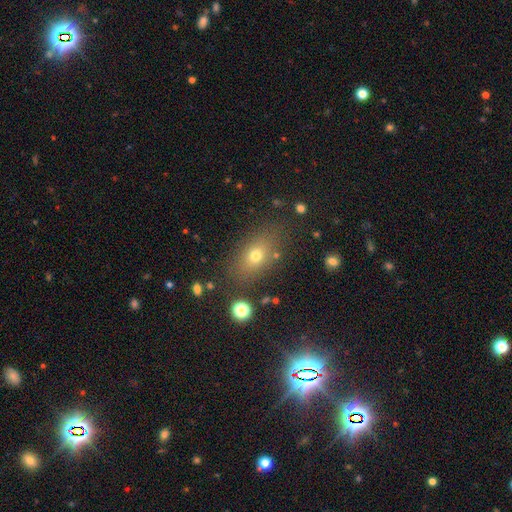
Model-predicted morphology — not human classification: Q: Smooth or featured?
A: smooth (69%); runner-up: featured or disk (16%)
Q: How rounded?
A: in between (74%); runner-up: round (21%)
Q: Merging?
A: none (80%); runner-up: minor disturbance (12%)